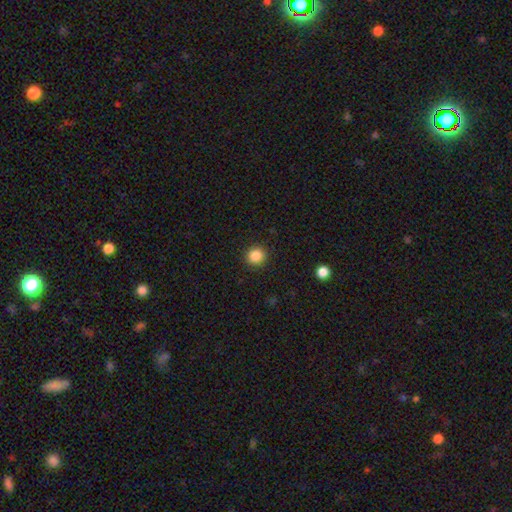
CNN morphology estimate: Smooth or featured? smooth (86%)
How rounded? round (91%)
Merging? none (92%)